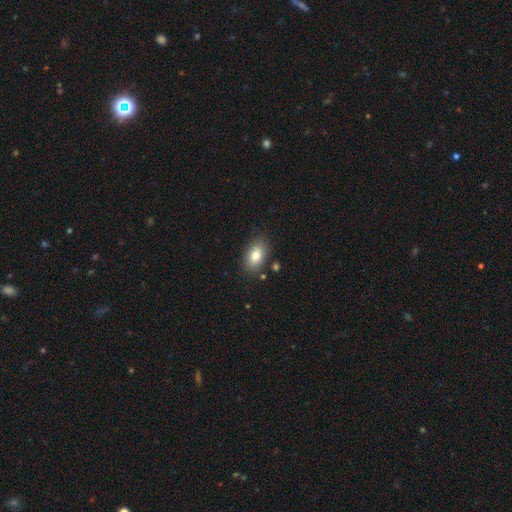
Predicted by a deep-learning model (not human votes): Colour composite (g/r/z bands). It shows a smooth galaxy with no disk features (79%) that is in between round and cigar-shaped (89%). Merging: none (83%).